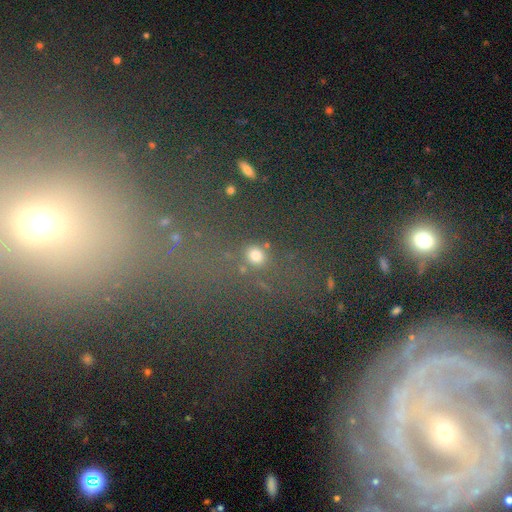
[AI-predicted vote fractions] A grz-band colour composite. It shows a smooth galaxy with no disk features (65%) that is round (67%). Merging: none (70%).